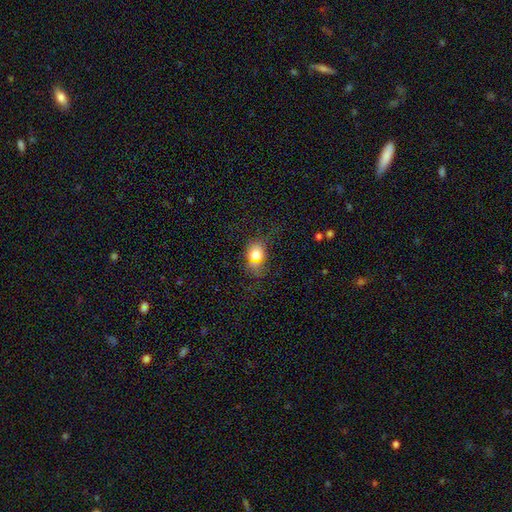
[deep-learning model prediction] Morphology: type=smooth (73%); roundness=in between (58%); merging=none (71%).